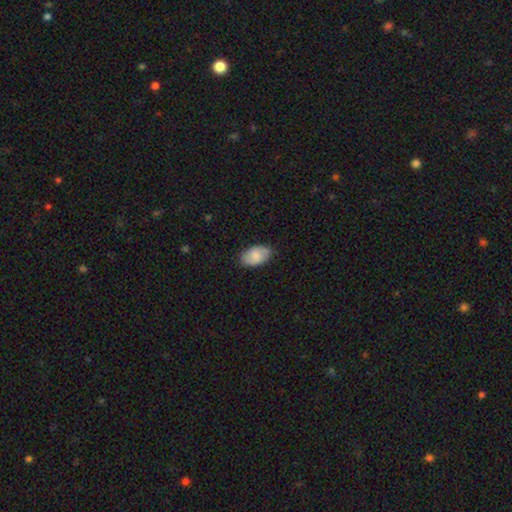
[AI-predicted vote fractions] Smooth or featured: smooth — 79% (featured or disk — 15%)
How rounded: in between — 93% (round — 5%)
Merging: none — 80% (minor disturbance — 16%)